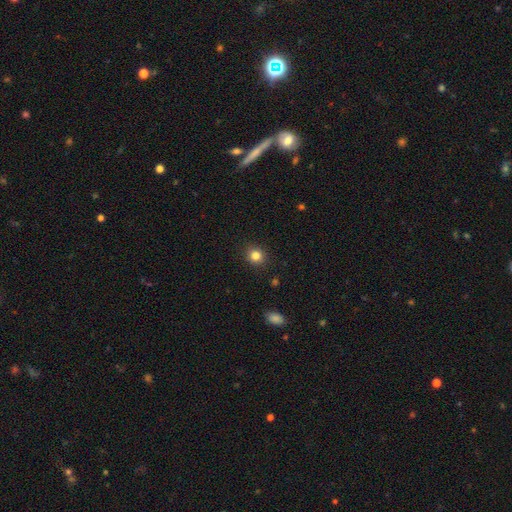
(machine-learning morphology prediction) type=smooth (82%); roundness=round (84%); merging=none (90%).